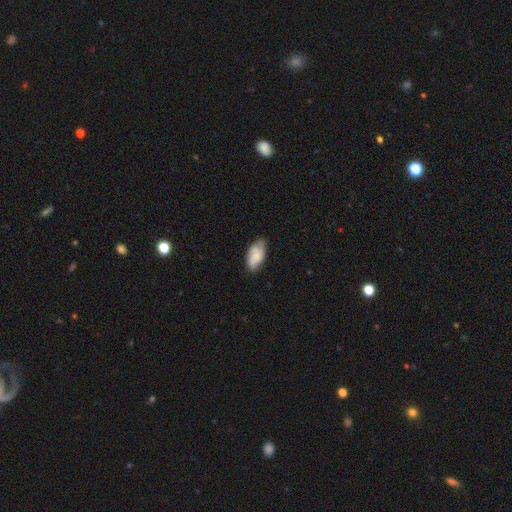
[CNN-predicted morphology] Smooth or featured: smooth — 70% (featured or disk — 22%)
How rounded: in between — 93% (cigar-shaped — 5%)
Merging: none — 68% (minor disturbance — 25%)